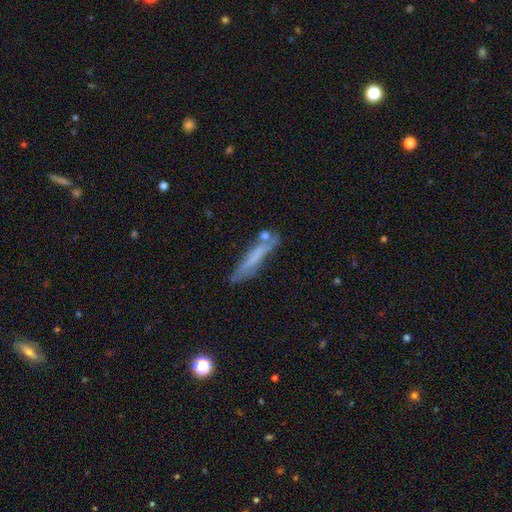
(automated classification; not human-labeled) A smooth galaxy with no disk features (53%) that is cigar-shaped (90%). Merging: none (63%).